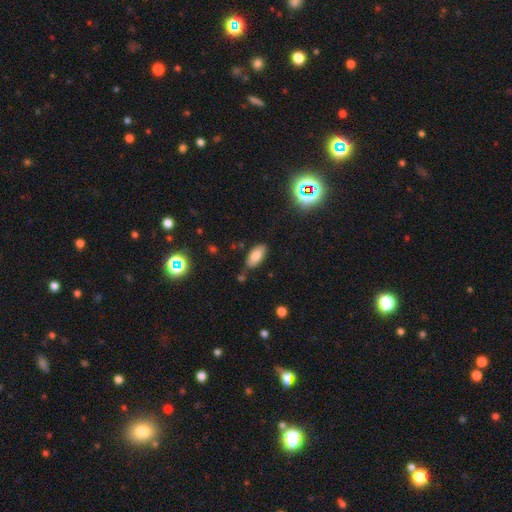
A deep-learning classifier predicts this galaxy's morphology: Smooth or featured?
  - smooth: 80% *
  - featured or disk: 11%
  - star or artifact: 10%
How rounded?
  - in between: 89% *
  - cigar-shaped: 8%
  - round: 2%
Merging?
  - none: 79% *
  - minor disturbance: 14%
  - merger: 4%
  - major disturbance: 3%